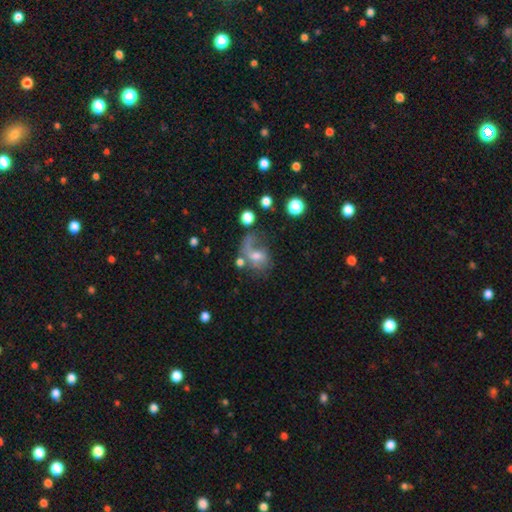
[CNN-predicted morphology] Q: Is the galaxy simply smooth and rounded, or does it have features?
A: featured or disk — 50%.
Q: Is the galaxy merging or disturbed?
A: major disturbance — 39%.